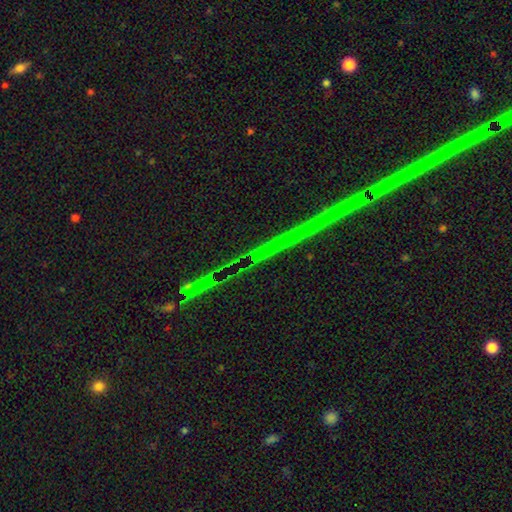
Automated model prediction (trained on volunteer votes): smooth_or_featured: star or artifact (p=0.75) [alt: featured or disk p=0.16]